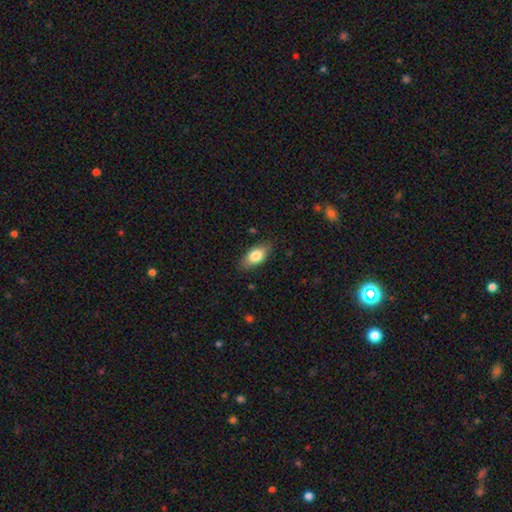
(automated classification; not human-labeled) This is clearly a smooth galaxy (81%). How rounded: clearly in between (90%). Merging: clearly none (84%).